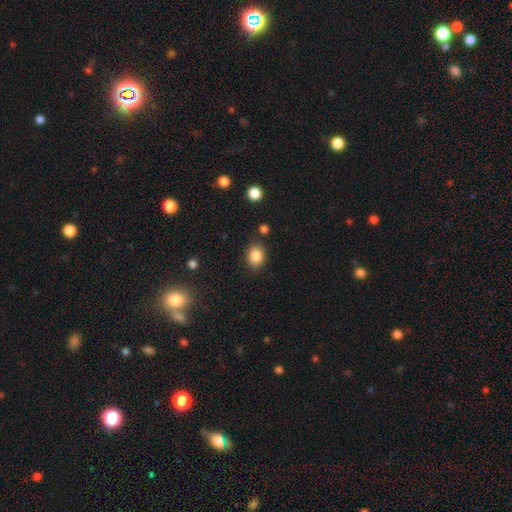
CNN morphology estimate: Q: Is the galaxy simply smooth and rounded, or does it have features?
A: smooth — 86%.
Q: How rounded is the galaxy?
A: in between — 53%.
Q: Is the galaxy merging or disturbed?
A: none — 83%.